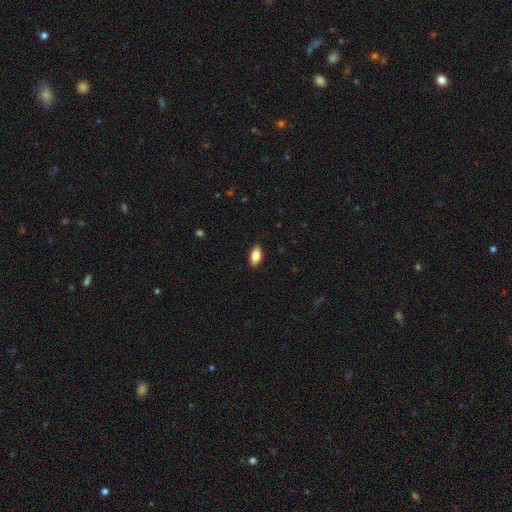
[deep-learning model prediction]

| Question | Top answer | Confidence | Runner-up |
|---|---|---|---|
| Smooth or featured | smooth | 81% | featured or disk (12%) |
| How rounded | in between | 89% | cigar-shaped (8%) |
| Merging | none | 88% | minor disturbance (9%) |